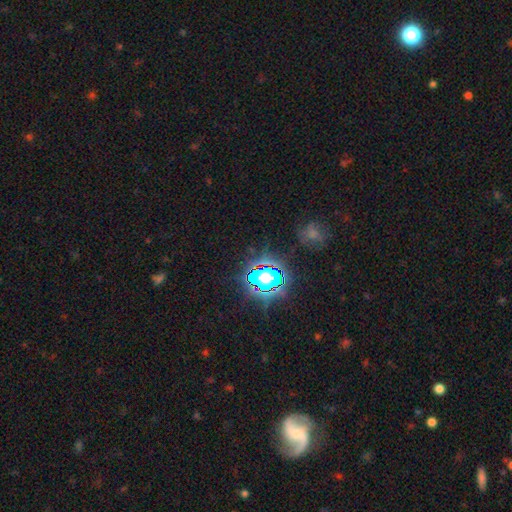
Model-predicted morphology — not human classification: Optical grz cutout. It shows a star or artifact, not a galaxy (78%).